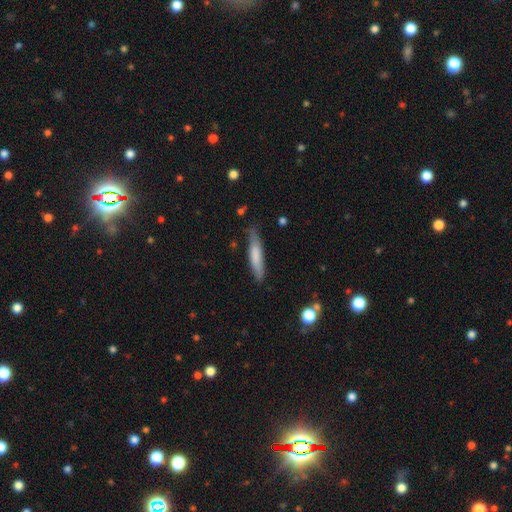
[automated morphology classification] Smooth or featured?
  - smooth: 70% *
  - featured or disk: 24%
  - star or artifact: 6%
How rounded?
  - cigar-shaped: 88% *
  - in between: 11%
  - round: 1%
Merging?
  - none: 77% *
  - minor disturbance: 18%
  - major disturbance: 3%
  - merger: 2%